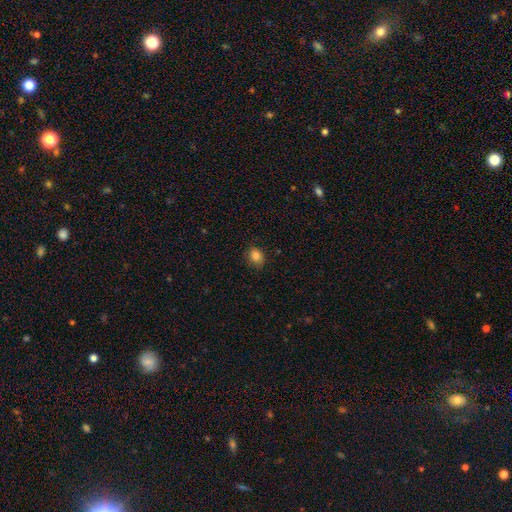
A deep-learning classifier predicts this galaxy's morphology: This is clearly a smooth galaxy (85%). How rounded: possibly round (55%). Merging: clearly none (84%).